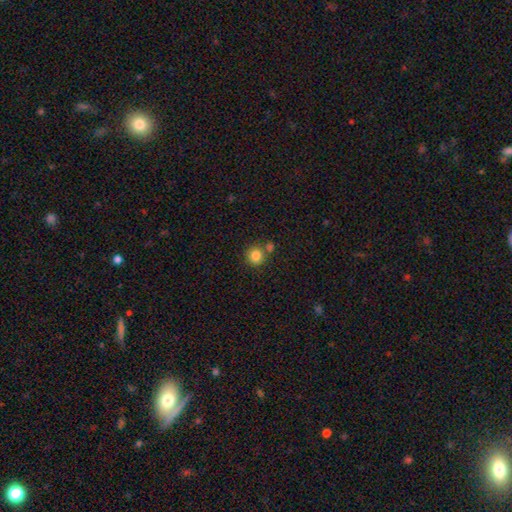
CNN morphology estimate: This appears to be a smooth galaxy with no disk features (84%) that is round (92%). Merging: none (71%).